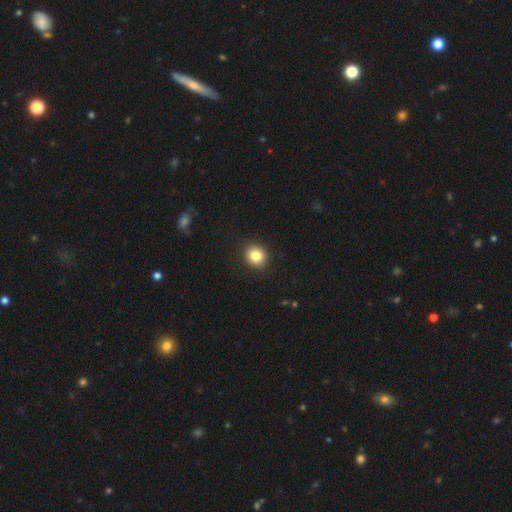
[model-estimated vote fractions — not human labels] This appears to be a smooth galaxy with no disk features (85%) that is round (79%). Merging: none (91%).